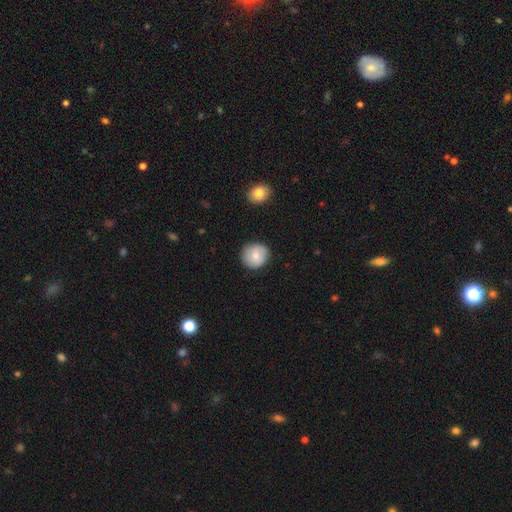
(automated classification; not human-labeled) Smooth or featured? Predicted: smooth (p=0.74). How rounded? Predicted: round (p=0.86). Merging? Predicted: none (p=0.85).